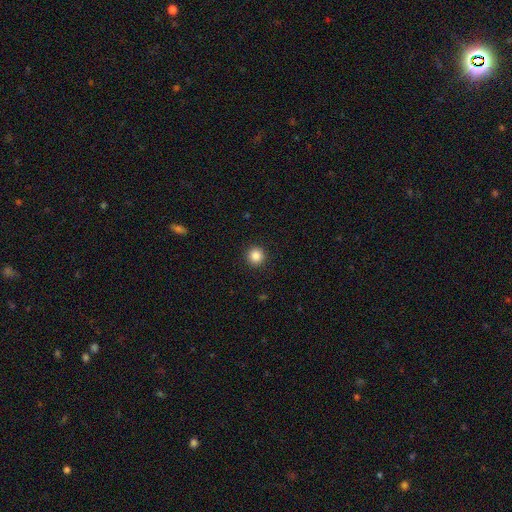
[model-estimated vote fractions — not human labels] This appears to be a smooth galaxy with no disk features (86%) that is round (95%). Merging: none (93%).